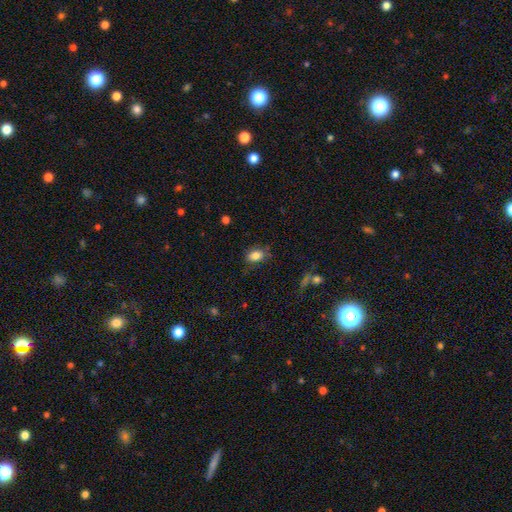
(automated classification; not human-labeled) Morphology: type=smooth (83%); roundness=in between (78%); merging=none (75%).